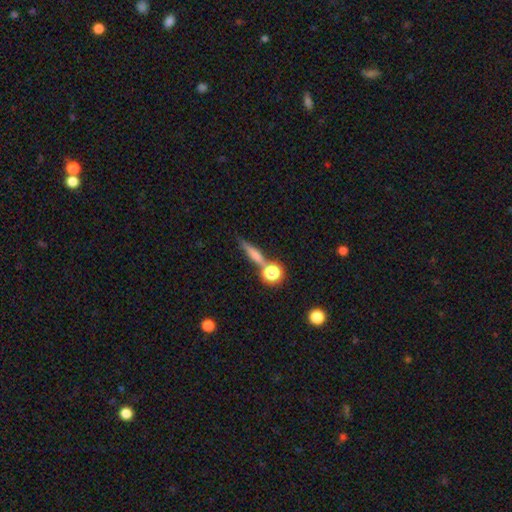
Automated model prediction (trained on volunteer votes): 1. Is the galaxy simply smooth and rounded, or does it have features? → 48% smooth, 30% featured or disk, 22% star or artifact.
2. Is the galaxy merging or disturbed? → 62% none, 22% merger, 10% minor disturbance, 6% major disturbance.